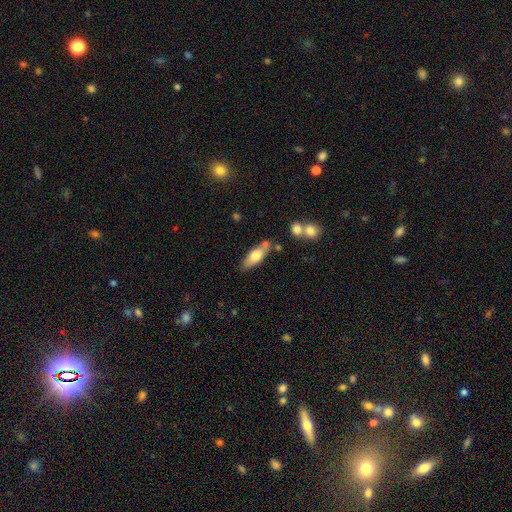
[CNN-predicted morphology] smooth_or_featured: smooth (p=0.68) [alt: featured or disk p=0.26]
how_rounded: in between (p=0.67) [alt: cigar-shaped p=0.31]
merging: none (p=0.68) [alt: minor disturbance p=0.16]